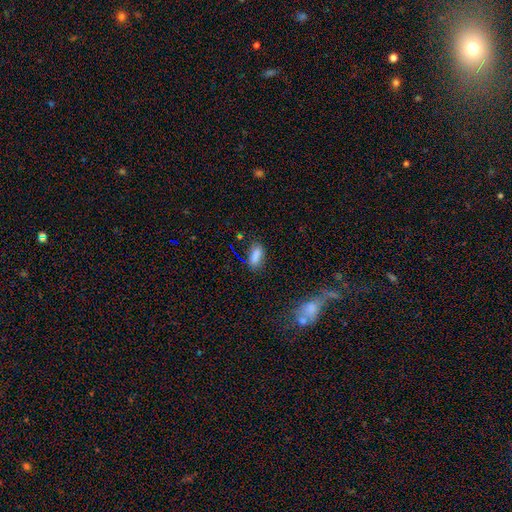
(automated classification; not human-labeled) Smooth or featured?
  - smooth: 82% *
  - star or artifact: 11%
  - featured or disk: 7%
How rounded?
  - in between: 82% *
  - cigar-shaped: 14%
  - round: 4%
Merging?
  - none: 69% *
  - minor disturbance: 21%
  - major disturbance: 7%
  - merger: 4%